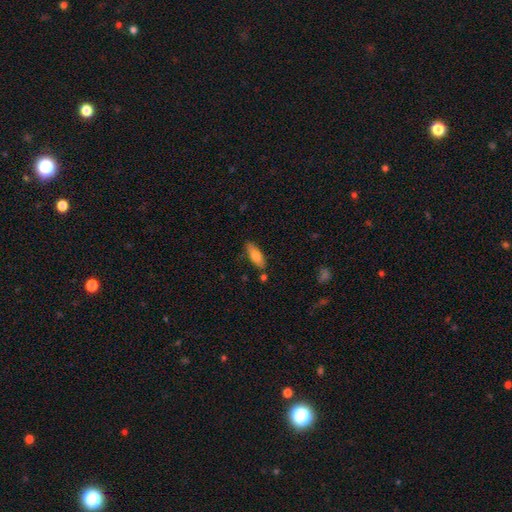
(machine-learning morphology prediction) This appears to be a smooth galaxy with no disk features (72%) that is in between round and cigar-shaped (63%). Merging: none (80%).